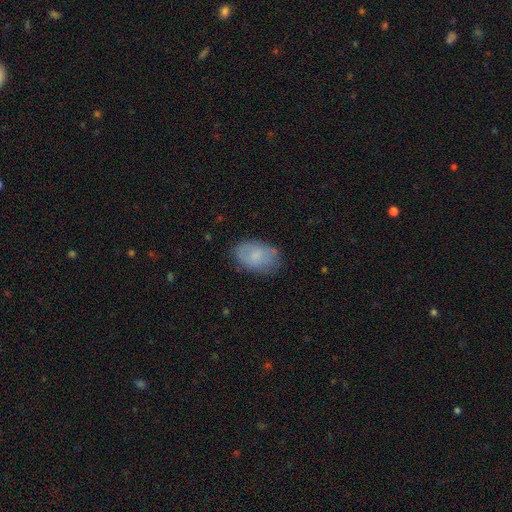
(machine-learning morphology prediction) Q: Smooth or featured?
A: smooth (73%); runner-up: featured or disk (19%)
Q: How rounded?
A: in between (89%); runner-up: round (10%)
Q: Merging?
A: none (74%); runner-up: minor disturbance (20%)